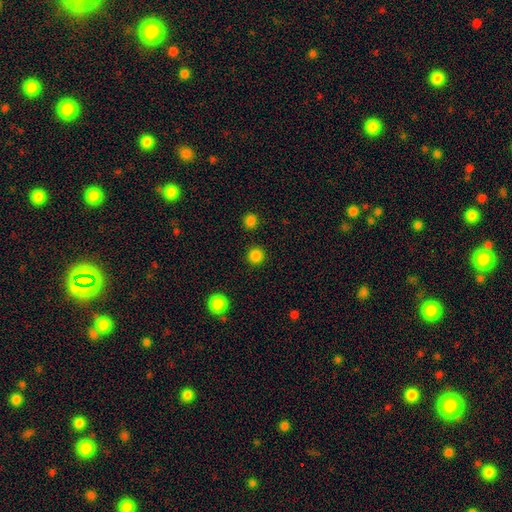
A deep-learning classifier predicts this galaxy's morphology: Q: Smooth or featured?
A: smooth (85%); runner-up: star or artifact (12%)
Q: How rounded?
A: round (95%); runner-up: in between (4%)
Q: Merging?
A: none (92%); runner-up: minor disturbance (5%)